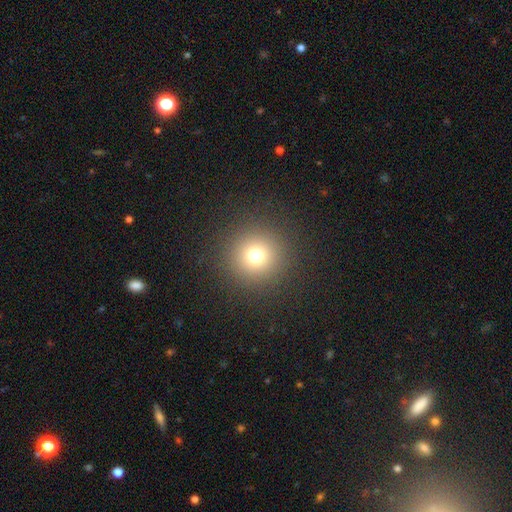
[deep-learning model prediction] Smooth or featured?
  - smooth: 73% *
  - star or artifact: 18%
  - featured or disk: 9%
How rounded?
  - round: 96% *
  - in between: 3%
  - cigar-shaped: 1%
Merging?
  - none: 91% *
  - minor disturbance: 5%
  - major disturbance: 3%
  - merger: 1%